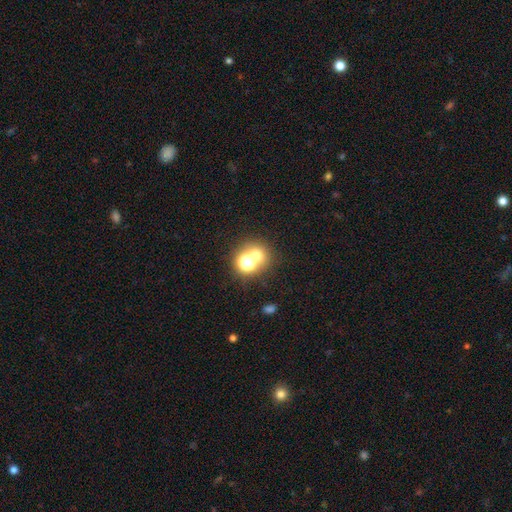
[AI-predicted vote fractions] Smooth or featured?
  - smooth: 57% *
  - star or artifact: 30%
  - featured or disk: 13%
How rounded?
  - round: 81% *
  - in between: 18%
  - cigar-shaped: 1%
Merging?
  - none: 54% *
  - merger: 34%
  - minor disturbance: 7%
  - major disturbance: 4%